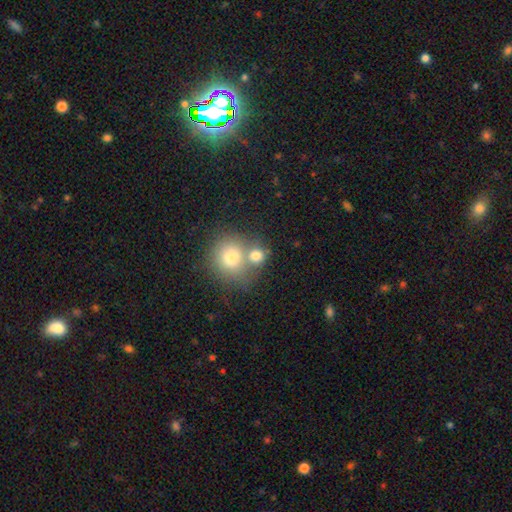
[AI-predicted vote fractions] Smooth or featured? Predicted: smooth (p=0.77). How rounded? Predicted: round (p=0.77). Merging? Predicted: merger (p=0.48).